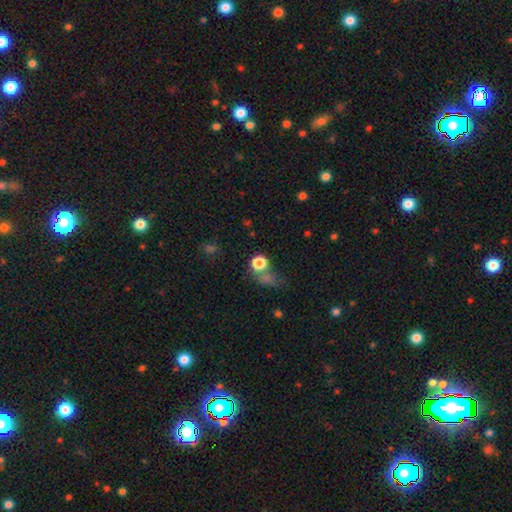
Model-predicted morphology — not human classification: smooth-or-featured: smooth: 44% | star or artifact: 42% | featured or disk: 14%
  merging: none: 52% | merger: 19% | major disturbance: 14% | minor disturbance: 14%